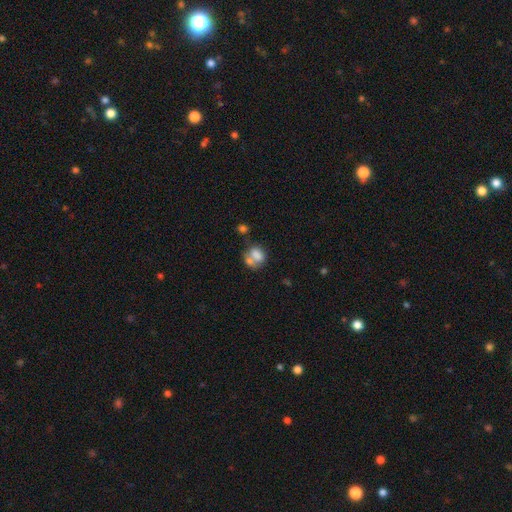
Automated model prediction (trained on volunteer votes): This is likely a smooth galaxy (73%). How rounded: likely in between (66%). Merging: possibly merger (52%).